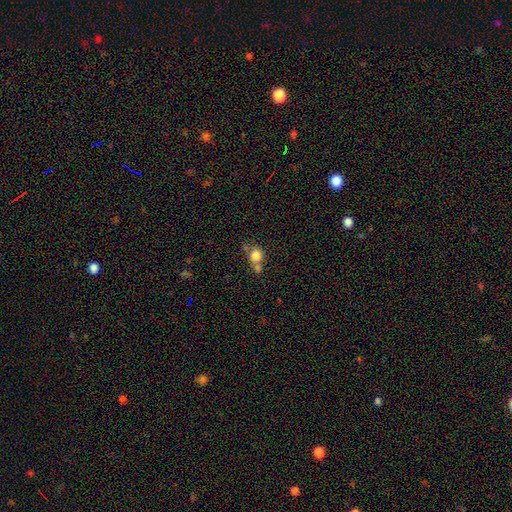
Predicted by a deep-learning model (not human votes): This appears to be a smooth galaxy with no disk features (80%) that is round (80%). Merging: merger (43%).